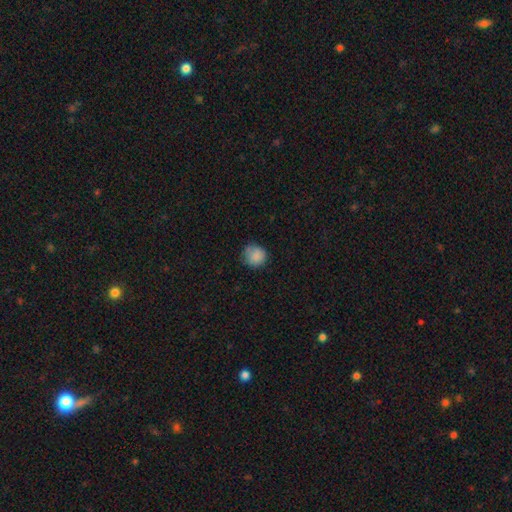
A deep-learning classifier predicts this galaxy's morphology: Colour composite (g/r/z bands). It shows a smooth galaxy with no disk features (86%) that is round (88%). Merging: none (75%).